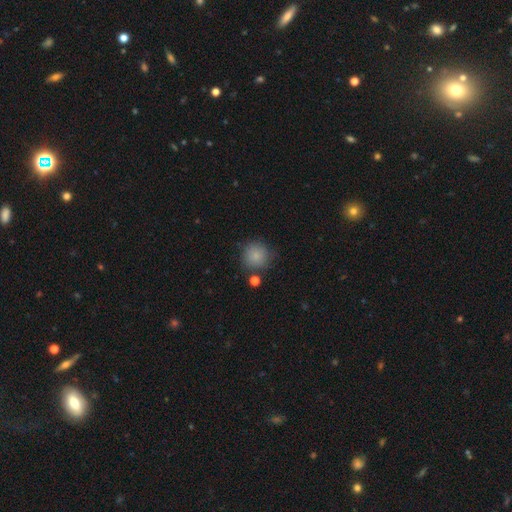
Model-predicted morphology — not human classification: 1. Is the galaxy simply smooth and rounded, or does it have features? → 83% smooth, 10% star or artifact, 7% featured or disk.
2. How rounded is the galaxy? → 93% round, 6% in between, 1% cigar-shaped.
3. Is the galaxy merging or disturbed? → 77% none, 13% minor disturbance, 5% merger, 4% major disturbance.